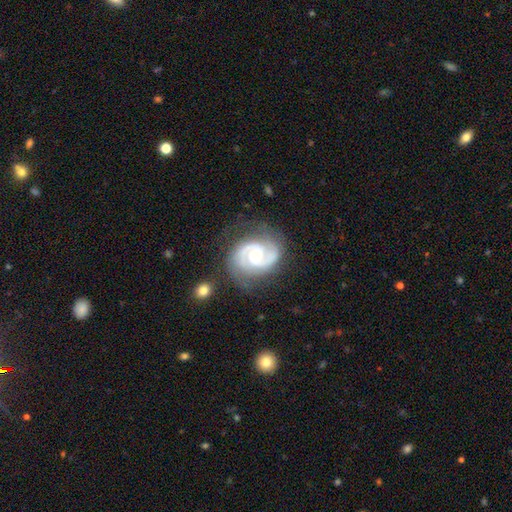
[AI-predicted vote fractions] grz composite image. It shows a featured or disk galaxy (91%) with no bar (57%), 2 (91%) medium (48%) spiral arms (98%) and a moderate central bulge (65%). Merging: none (75%).